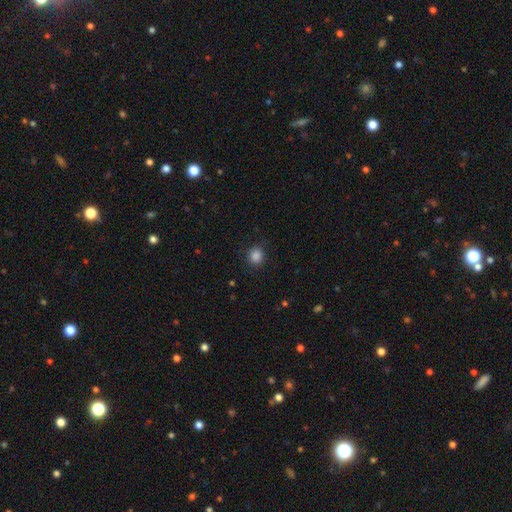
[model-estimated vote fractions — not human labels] This is clearly a smooth galaxy (86%). How rounded: clearly round (87%). Merging: clearly none (89%).